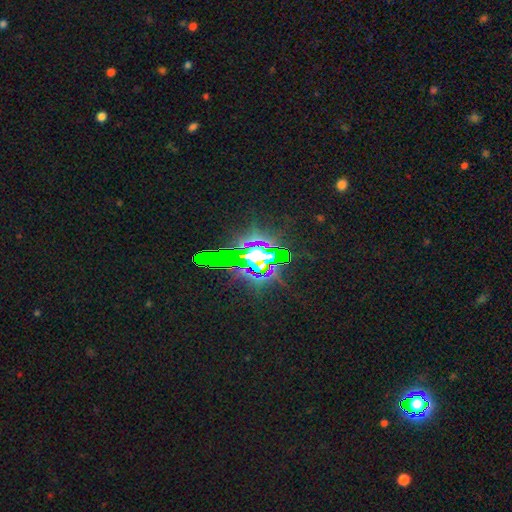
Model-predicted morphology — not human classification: Smooth or featured: star or artifact — 65% (featured or disk — 19%)